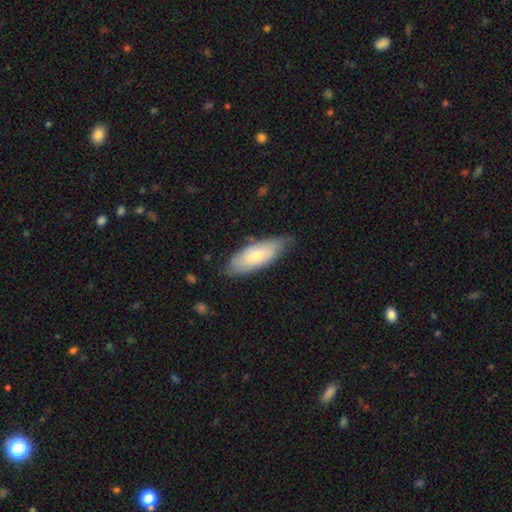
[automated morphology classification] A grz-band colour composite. It shows a smooth galaxy with no disk features (62%) that is in between round and cigar-shaped (75%). Merging: none (70%).